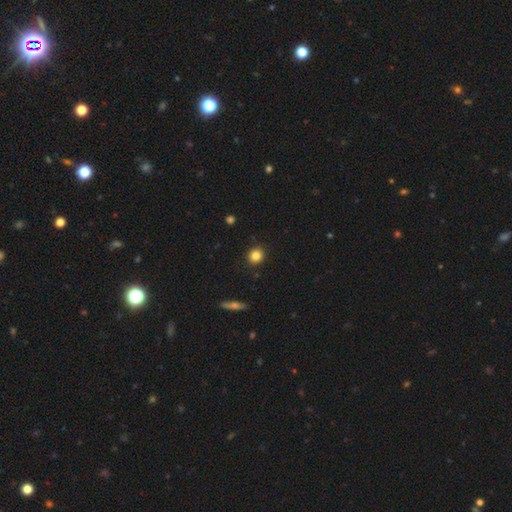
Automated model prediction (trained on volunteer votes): smooth 83%, star or artifact 11%, featured or disk 6%. Down the decision tree: how rounded — round (86%); merging — none (91%).